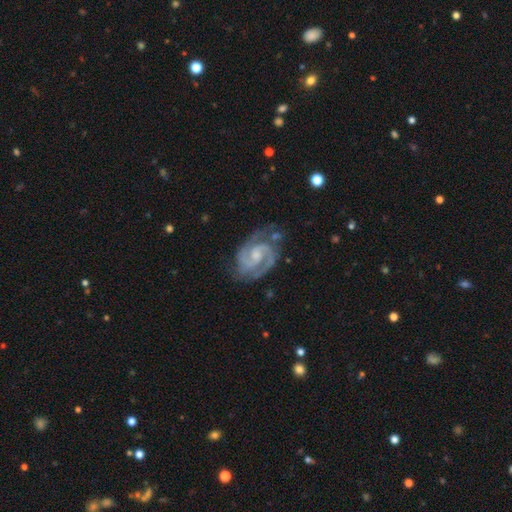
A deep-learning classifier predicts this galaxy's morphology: A featured or disk galaxy (93%) with a weak bar (46%), 2 (92%) medium (51%) spiral arms (99%) and a small central bulge (48%). Merging: none (73%).